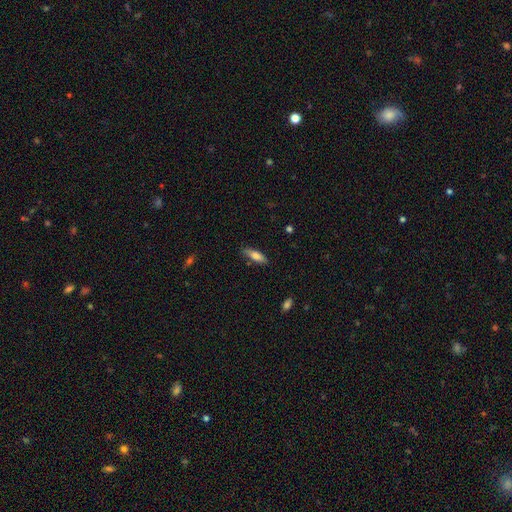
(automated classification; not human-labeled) A smooth galaxy with no disk features (76%) that is cigar-shaped (51%).

Vote fractions:
- Smooth or featured? smooth: 76% / featured or disk: 18% / star or artifact: 6%
- How rounded? cigar-shaped: 51% / in between: 47% / round: 2%
- Merging? none: 79% / minor disturbance: 16% / major disturbance: 3% / merger: 2%